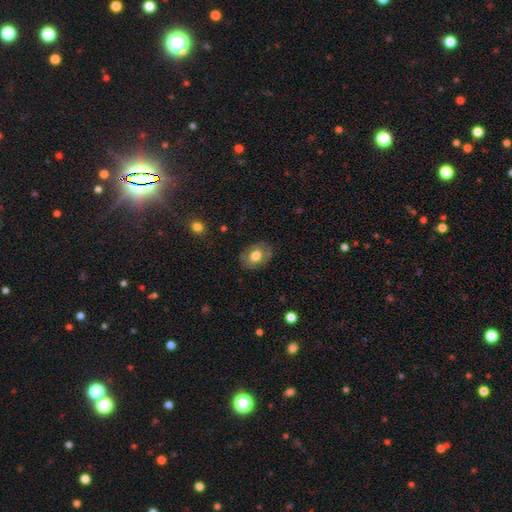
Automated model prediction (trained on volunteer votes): This appears to be a smooth galaxy with no disk features (61%) that is in between round and cigar-shaped (71%). Merging: none (82%).